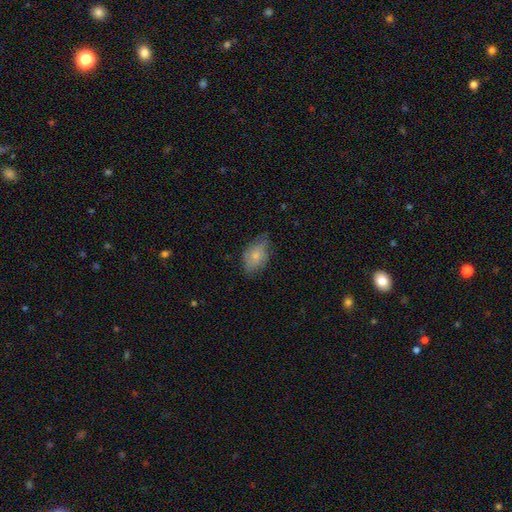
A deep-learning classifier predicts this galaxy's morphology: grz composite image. It shows a smooth galaxy with no disk features (64%) that is in between round and cigar-shaped (86%). Merging: none (58%).